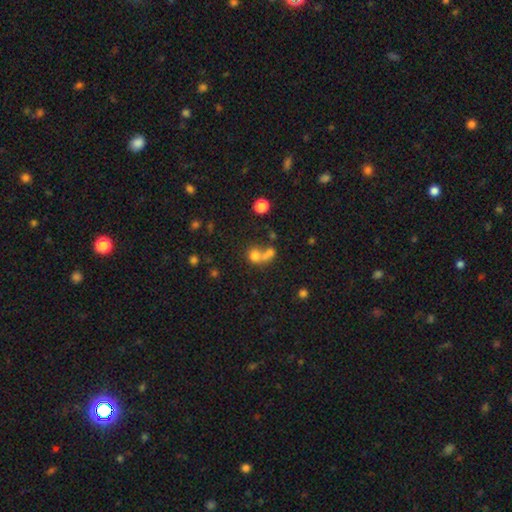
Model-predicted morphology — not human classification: Smooth or featured? smooth (69%)
How rounded? round (70%)
Merging? merger (60%)